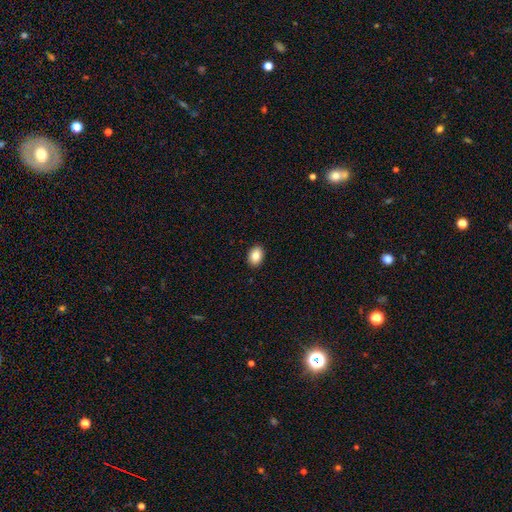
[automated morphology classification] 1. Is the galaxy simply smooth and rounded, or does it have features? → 86% smooth, 8% star or artifact, 6% featured or disk.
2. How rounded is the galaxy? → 76% in between, 23% round, 1% cigar-shaped.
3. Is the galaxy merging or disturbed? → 91% none, 6% minor disturbance, 2% major disturbance, 1% merger.